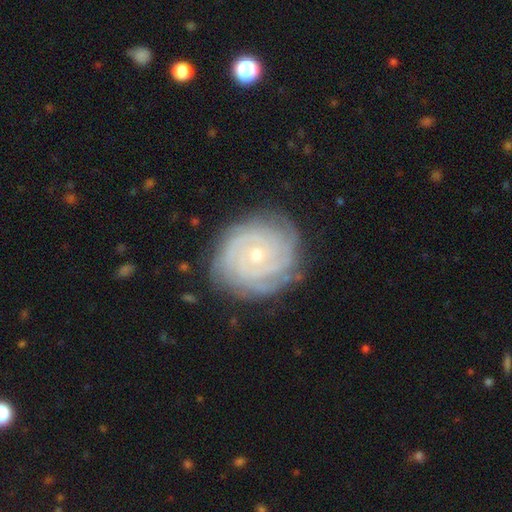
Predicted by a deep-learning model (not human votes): The model was most divided on "spiral arm count": can't tell: 26%, 3: 22%, 4: 20%, 2: 16%, more than 4: 9%, 1: 7%. More confident: edge-on disk — no (98%); spiral arms — yes (97%); smooth or featured — featured or disk (86%); spiral winding — tight (85%); merging — none (82%); bar — no (77%); bulge size — small (67%).